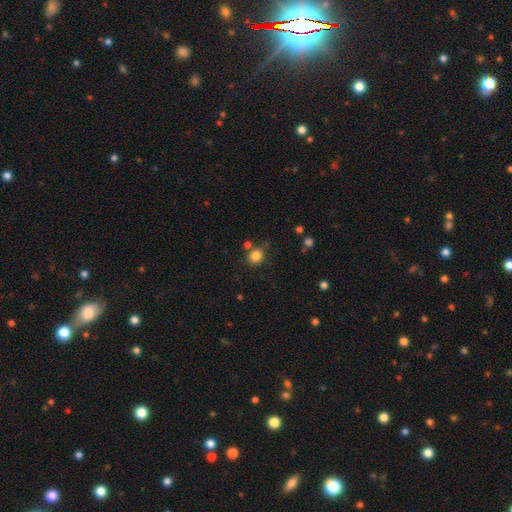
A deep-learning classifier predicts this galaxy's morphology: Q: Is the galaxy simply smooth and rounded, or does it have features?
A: smooth — 83%.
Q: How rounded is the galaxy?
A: round — 89%.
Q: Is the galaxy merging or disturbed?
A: none — 75%.